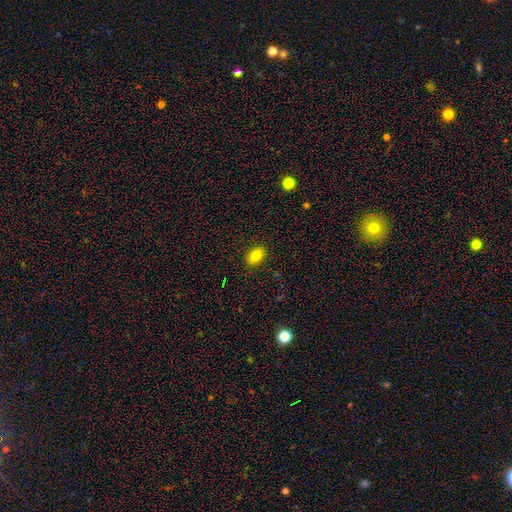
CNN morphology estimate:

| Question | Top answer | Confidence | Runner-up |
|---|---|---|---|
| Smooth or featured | smooth | 82% | star or artifact (9%) |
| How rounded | in between | 85% | round (14%) |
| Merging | none | 89% | minor disturbance (8%) |